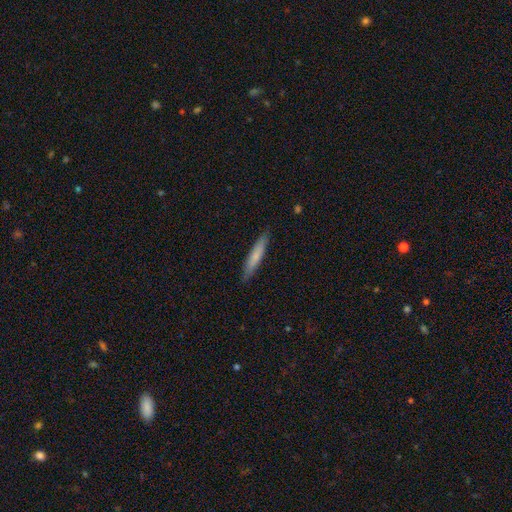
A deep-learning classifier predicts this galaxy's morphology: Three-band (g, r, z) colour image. It shows a smooth galaxy with no disk features (72%) that is cigar-shaped (92%). Merging: none (89%).